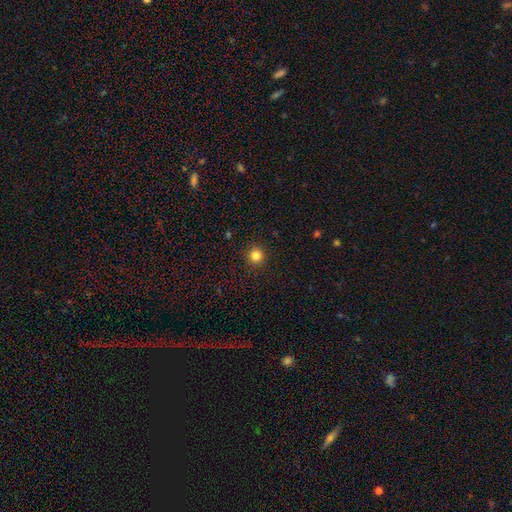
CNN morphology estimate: A smooth galaxy with no disk features (82%) that is round (95%).

Vote fractions:
- Smooth or featured? smooth: 82% / star or artifact: 13% / featured or disk: 5%
- How rounded? round: 95% / in between: 4% / cigar-shaped: 1%
- Merging? none: 93% / minor disturbance: 5% / major disturbance: 2% / merger: 1%